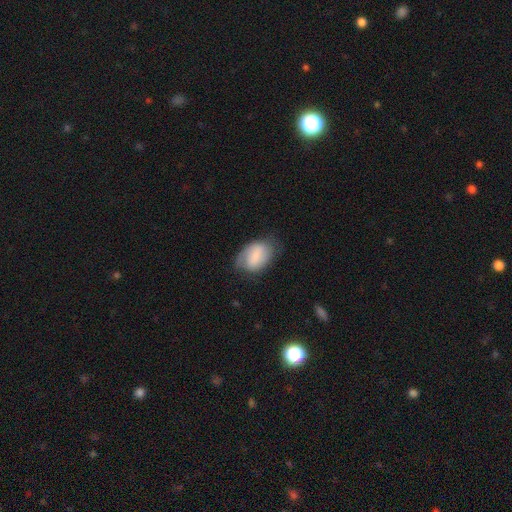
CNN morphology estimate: Smooth or featured? smooth (71%)
How rounded? in between (86%)
Merging? none (56%)